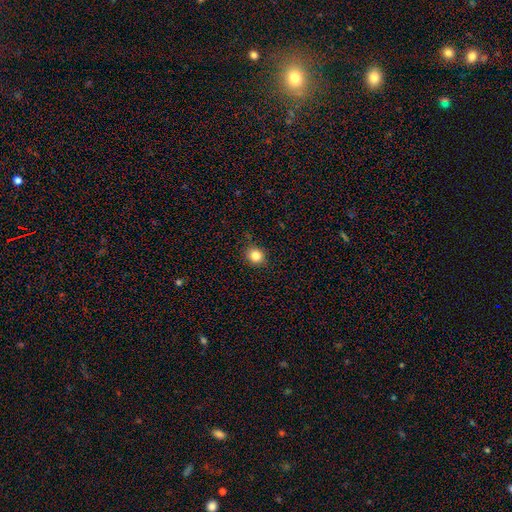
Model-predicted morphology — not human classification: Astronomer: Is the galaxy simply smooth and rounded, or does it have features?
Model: smooth — 84%.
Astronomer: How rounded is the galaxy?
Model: round — 77%.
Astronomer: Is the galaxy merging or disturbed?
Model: none — 86%.